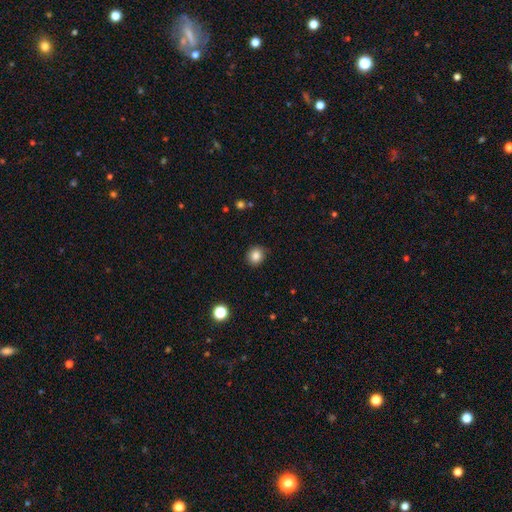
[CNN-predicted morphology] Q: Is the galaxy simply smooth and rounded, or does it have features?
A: smooth — 85%.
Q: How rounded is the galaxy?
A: round — 85%.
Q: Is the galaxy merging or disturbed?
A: none — 87%.